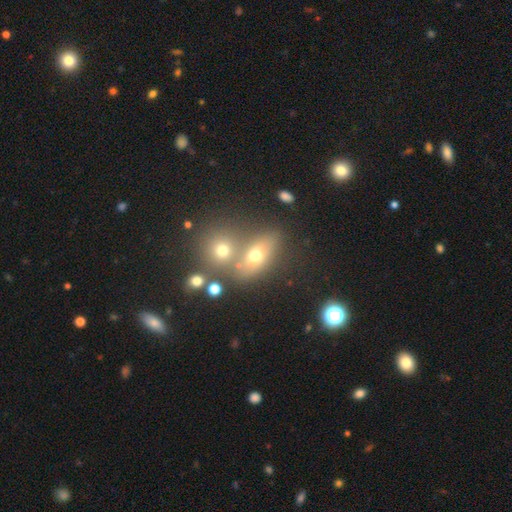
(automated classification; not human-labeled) smooth-or-featured: smooth: 64% | featured or disk: 20% | star or artifact: 16%
  how-rounded: in between: 59% | round: 35% | cigar-shaped: 6%
  merging: none: 49% | merger: 36% | minor disturbance: 10% | major disturbance: 5%